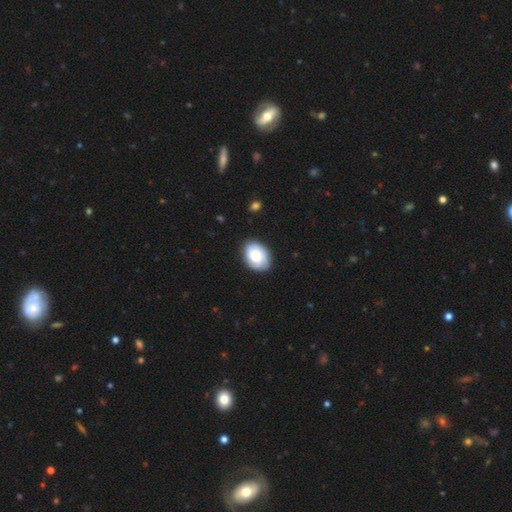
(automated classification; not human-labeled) Smooth or featured: smooth — 51% (featured or disk — 42%)
How rounded: in between — 70% (round — 29%)
Merging: none — 80% (minor disturbance — 15%)